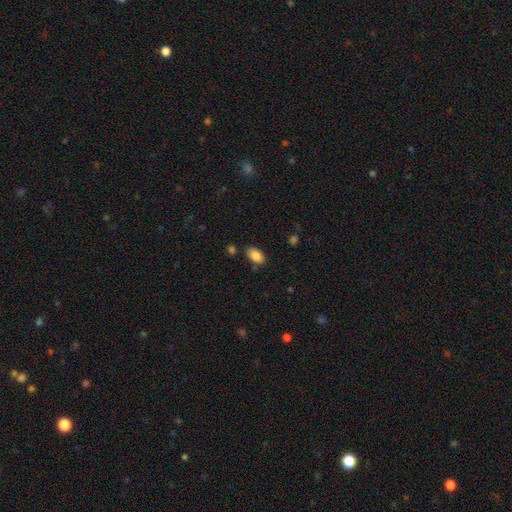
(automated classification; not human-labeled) Morphology: type=smooth (87%); roundness=in between (93%); merging=none (82%).